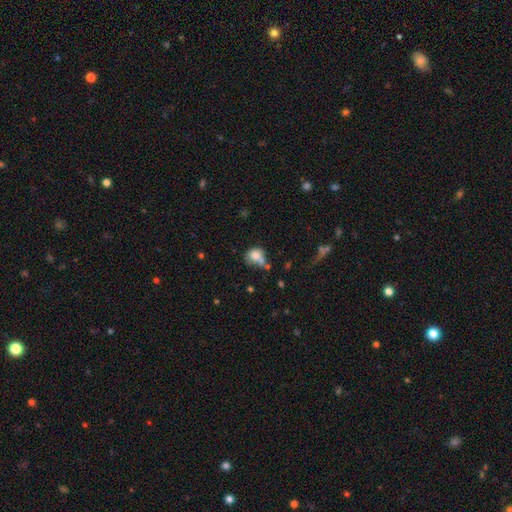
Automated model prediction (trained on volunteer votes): smooth-or-featured: smooth: 74% | featured or disk: 15% | star or artifact: 11%
  how-rounded: round: 60% | in between: 39% | cigar-shaped: 1%
  merging: none: 39% | merger: 29% | minor disturbance: 21% | major disturbance: 12%